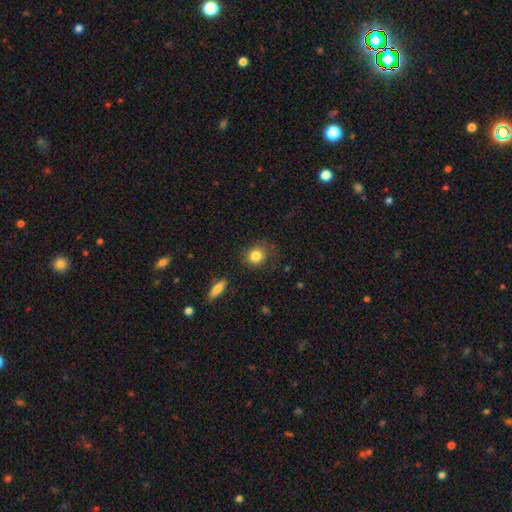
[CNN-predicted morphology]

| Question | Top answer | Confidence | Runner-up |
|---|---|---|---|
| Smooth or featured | smooth | 84% | star or artifact (9%) |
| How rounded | round | 78% | in between (20%) |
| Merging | none | 78% | minor disturbance (15%) |